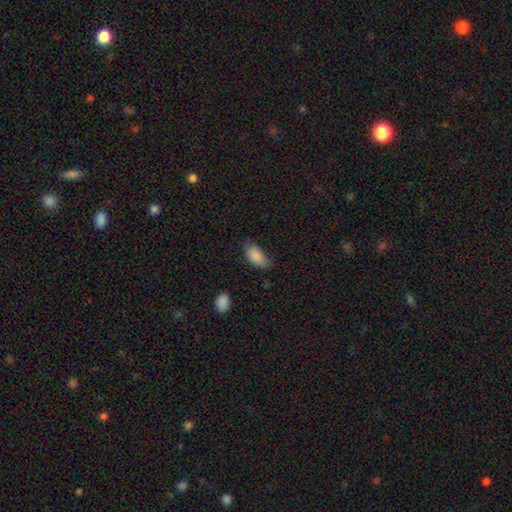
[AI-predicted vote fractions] Smooth or featured? Predicted: smooth (p=0.88). How rounded? Predicted: in between (p=0.93). Merging? Predicted: none (p=0.57).